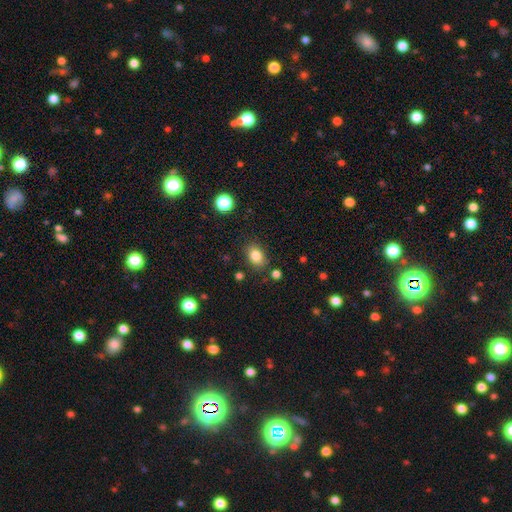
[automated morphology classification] smooth-or-featured: smooth: 83% | star or artifact: 10% | featured or disk: 7%
  how-rounded: in between: 74% | round: 24% | cigar-shaped: 1%
  merging: none: 83% | minor disturbance: 12% | major disturbance: 3% | merger: 3%